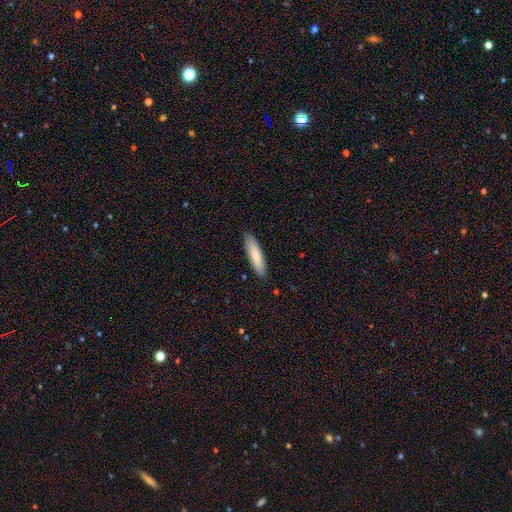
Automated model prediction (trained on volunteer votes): A smooth galaxy with no disk features (80%) that is cigar-shaped (71%).

Vote fractions:
- Smooth or featured? smooth: 80% / featured or disk: 15% / star or artifact: 5%
- How rounded? cigar-shaped: 71% / in between: 28% / round: 1%
- Merging? none: 89% / minor disturbance: 9% / major disturbance: 2% / merger: 1%